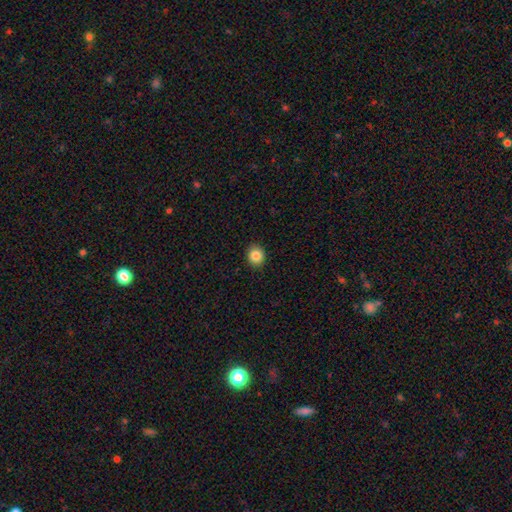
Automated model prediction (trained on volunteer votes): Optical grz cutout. It shows a smooth galaxy with no disk features (85%) that is round (72%). Merging: none (91%).